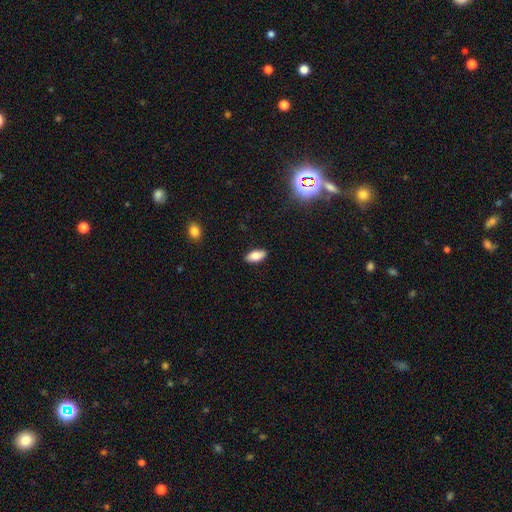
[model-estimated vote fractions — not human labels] smooth_or_featured: smooth (p=0.81) [alt: featured or disk p=0.11]
how_rounded: in between (p=0.87) [alt: cigar-shaped p=0.11]
merging: none (p=0.89) [alt: minor disturbance p=0.08]